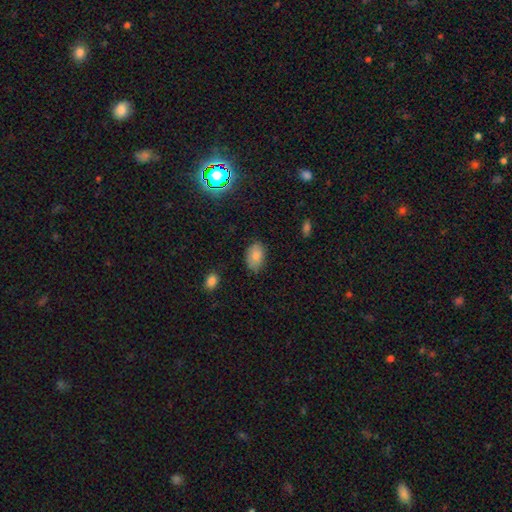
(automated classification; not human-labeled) Smooth or featured? smooth (83%)
How rounded? in between (91%)
Merging? none (80%)